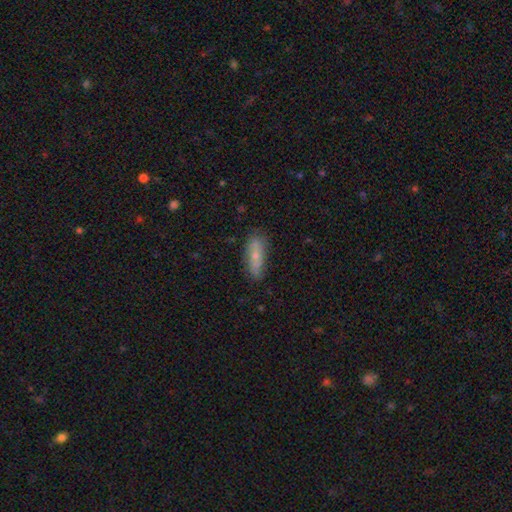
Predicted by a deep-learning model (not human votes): Morphology: type=smooth (64%); roundness=in between (51%); merging=none (73%).